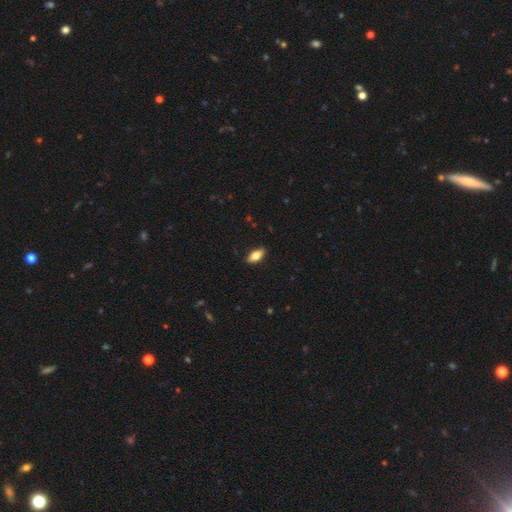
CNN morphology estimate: smooth-or-featured: smooth: 74% | featured or disk: 19% | star or artifact: 7%
  how-rounded: in between: 83% | cigar-shaped: 14% | round: 3%
  merging: none: 88% | minor disturbance: 9% | major disturbance: 2% | merger: 1%